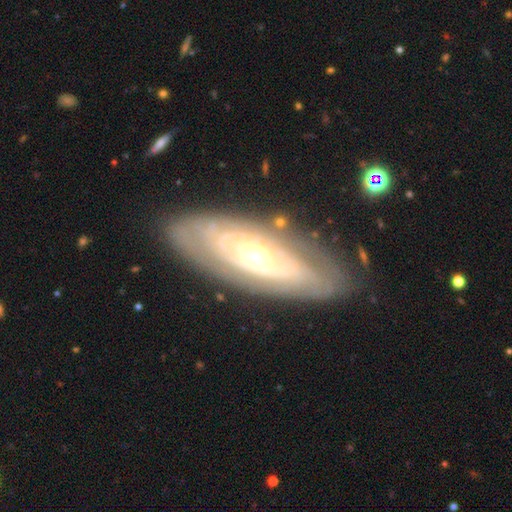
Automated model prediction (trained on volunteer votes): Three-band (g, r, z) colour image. It shows a featured or disk galaxy (76%) with no bar (78%), spiral arms (67%) and a small central bulge (58%). Merging: none (80%).